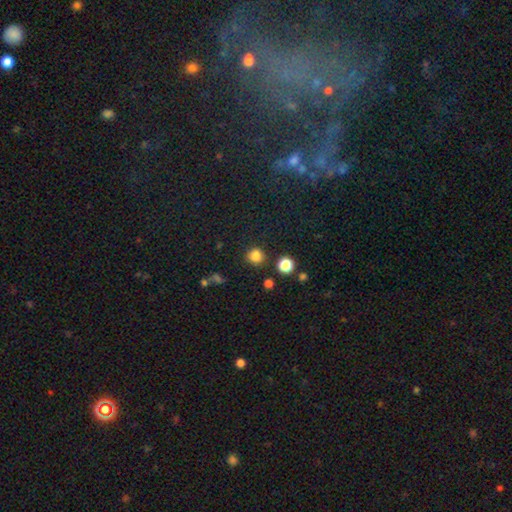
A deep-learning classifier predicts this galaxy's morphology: Smooth or featured: smooth — 82% (star or artifact — 14%)
How rounded: round — 91% (in between — 8%)
Merging: none — 85% (minor disturbance — 8%)